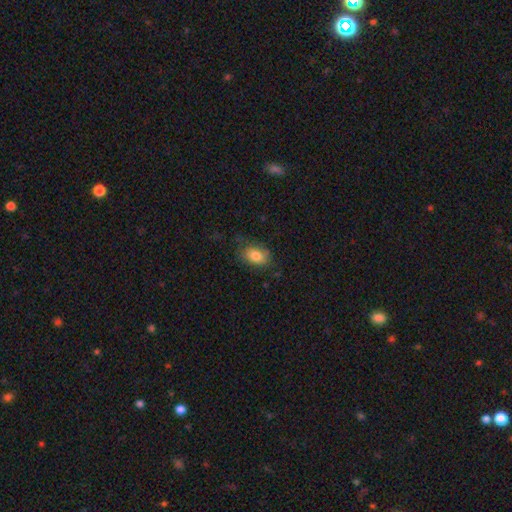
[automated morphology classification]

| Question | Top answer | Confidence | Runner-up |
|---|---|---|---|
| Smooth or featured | smooth | 81% | featured or disk (11%) |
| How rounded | in between | 84% | round (15%) |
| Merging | none | 63% | minor disturbance (25%) |